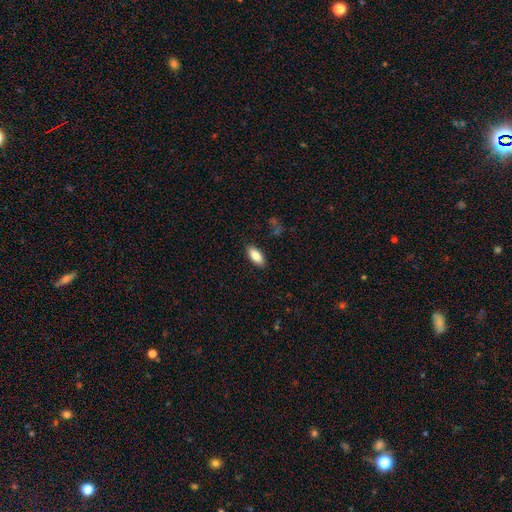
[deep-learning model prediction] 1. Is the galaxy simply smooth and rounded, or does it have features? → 83% smooth, 11% featured or disk, 7% star or artifact.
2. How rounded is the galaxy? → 86% in between, 12% cigar-shaped, 2% round.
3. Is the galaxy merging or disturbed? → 88% none, 9% minor disturbance, 2% major disturbance, 1% merger.